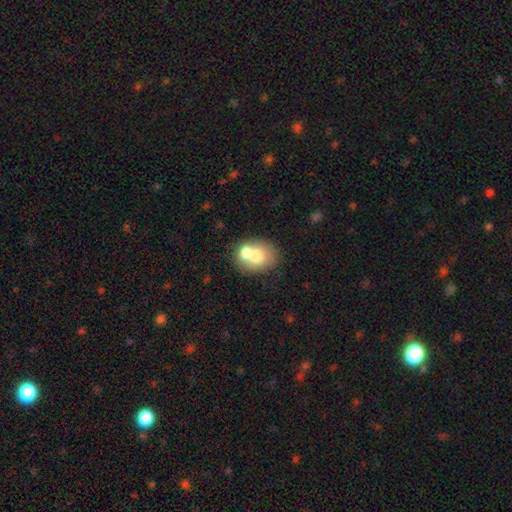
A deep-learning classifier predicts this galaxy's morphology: The model was most divided on "how rounded": round: 52%, in between: 47%, cigar-shaped: 1%. More confident: smooth or featured — smooth (67%); merging — merger (56%).